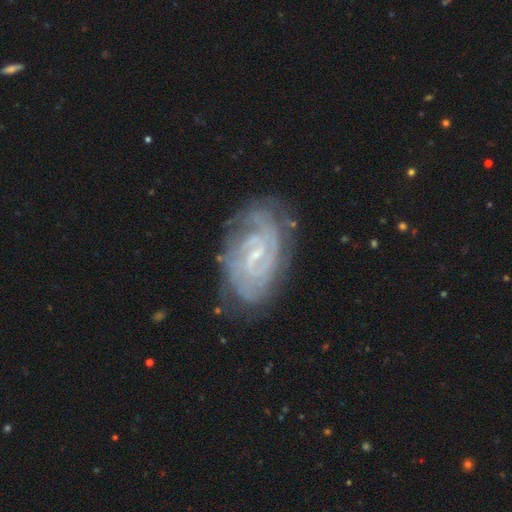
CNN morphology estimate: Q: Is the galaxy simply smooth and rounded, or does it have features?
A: featured or disk — 88%.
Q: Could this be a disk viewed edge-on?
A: no — 97%.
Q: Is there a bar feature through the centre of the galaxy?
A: weak — 53%.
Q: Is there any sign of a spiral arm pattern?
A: yes — 97%.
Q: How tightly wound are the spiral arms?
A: tight — 68%.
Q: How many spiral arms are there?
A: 2 — 48%.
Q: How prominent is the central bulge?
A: small — 74%.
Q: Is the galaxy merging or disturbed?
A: none — 77%.